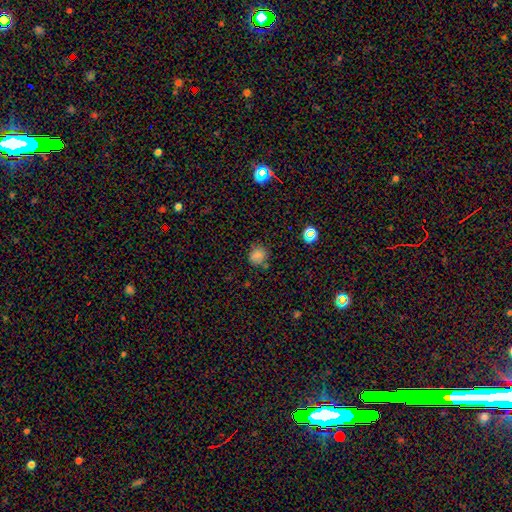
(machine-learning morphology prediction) Smooth or featured: smooth — 73% (star or artifact — 21%)
How rounded: round — 83% (in between — 16%)
Merging: none — 78% (minor disturbance — 14%)